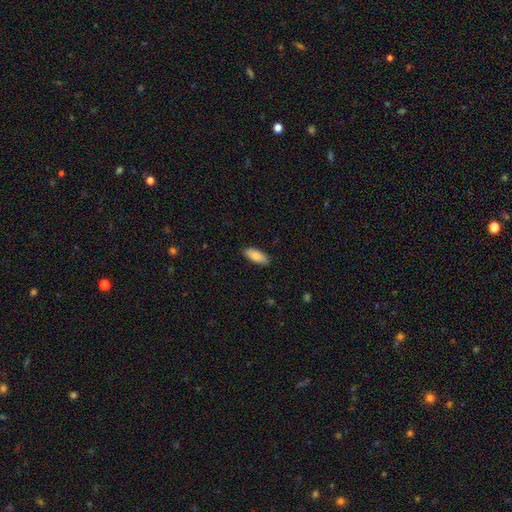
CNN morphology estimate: Overall: smooth (85%). How rounded: in between (83%). Merging: none (88%).